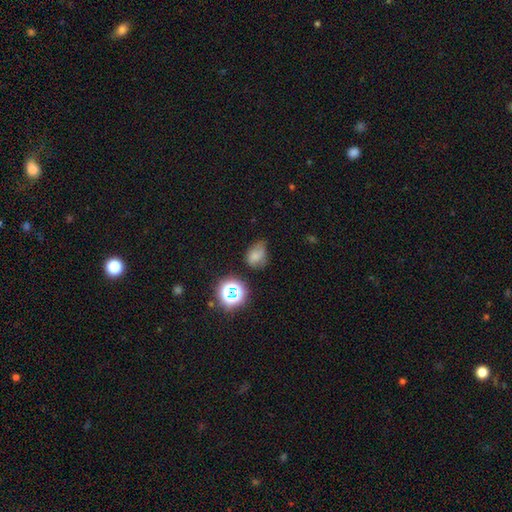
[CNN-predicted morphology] Q: Smooth or featured?
A: smooth (69%); runner-up: star or artifact (19%)
Q: How rounded?
A: in between (54%); runner-up: round (45%)
Q: Merging?
A: none (42%); runner-up: minor disturbance (38%)